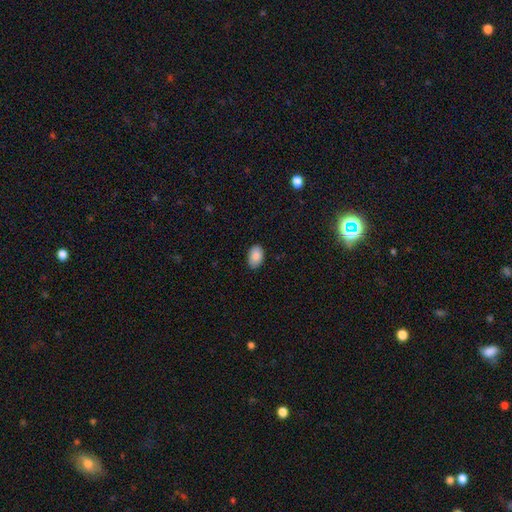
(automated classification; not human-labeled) This appears to be a smooth galaxy with no disk features (87%) that is in between round and cigar-shaped (90%). Merging: none (85%).